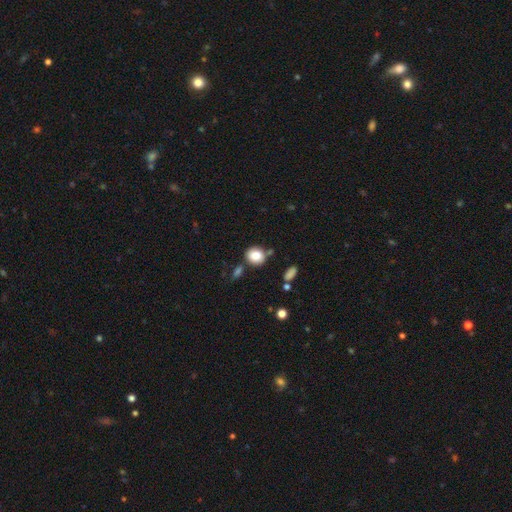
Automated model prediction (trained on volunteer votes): smooth-or-featured: smooth: 85% | star or artifact: 9% | featured or disk: 6%
  how-rounded: round: 72% | in between: 26% | cigar-shaped: 1%
  merging: none: 72% | minor disturbance: 14% | merger: 11% | major disturbance: 4%